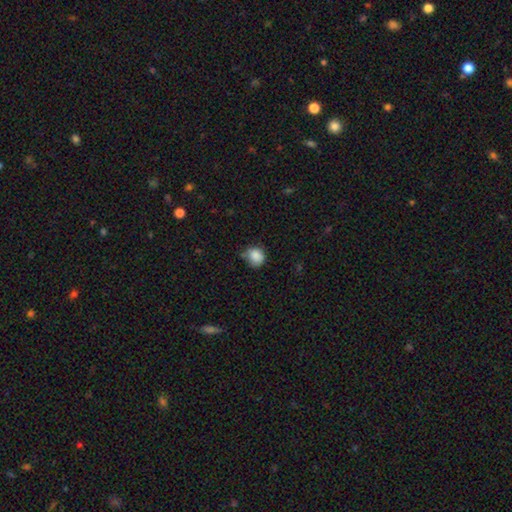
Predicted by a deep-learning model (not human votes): smooth-or-featured: smooth: 86% | star or artifact: 9% | featured or disk: 5%
  how-rounded: round: 81% | in between: 18% | cigar-shaped: 1%
  merging: none: 59% | minor disturbance: 31% | major disturbance: 6% | merger: 4%